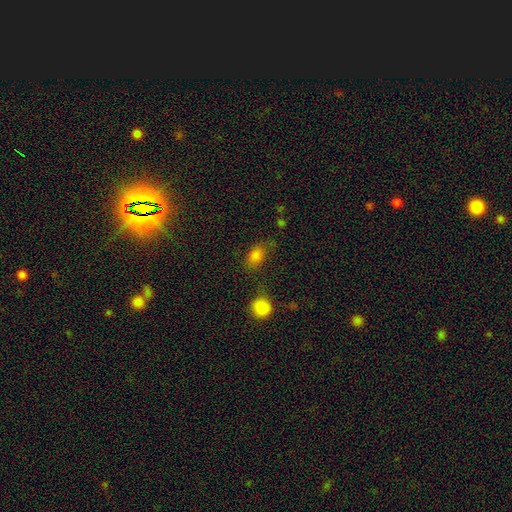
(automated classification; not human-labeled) A smooth galaxy with no disk features (80%) that is in between round and cigar-shaped (81%). Merging: none (65%).